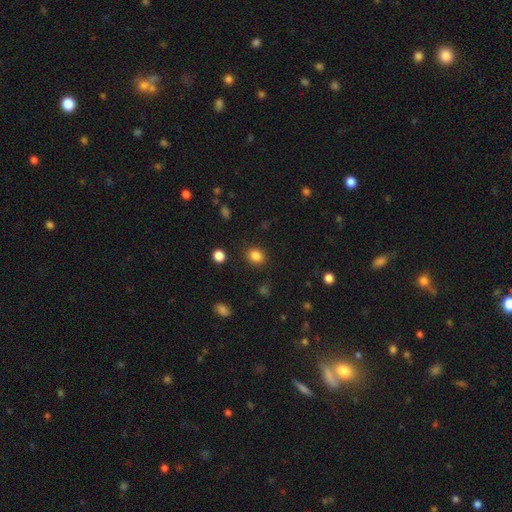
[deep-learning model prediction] A smooth galaxy with no disk features (84%) that is round (66%). Merging: none (88%).